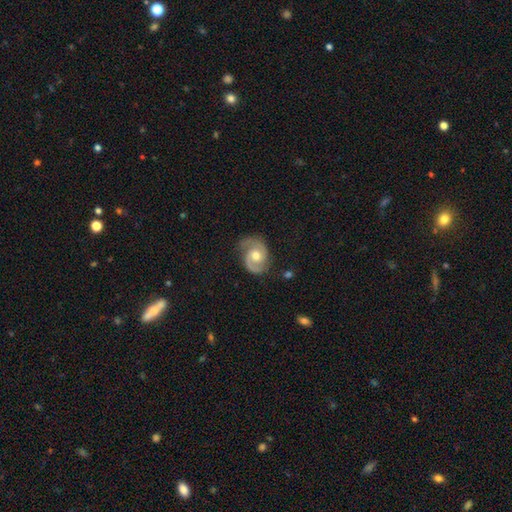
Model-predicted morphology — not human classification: Smooth or featured? featured or disk (86%)
Edge-on disk? no (98%)
Bar? no (67%)
Spiral arms? yes (96%)
Spiral winding? medium (49%)
Spiral arm count? 2 (89%)
Bulge size? moderate (75%)
Merging? none (72%)